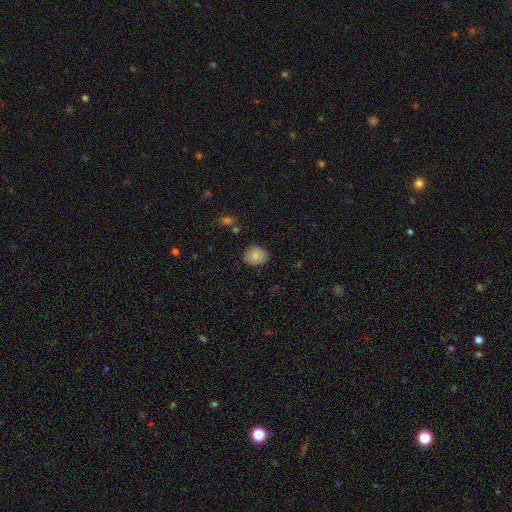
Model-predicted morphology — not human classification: Overall: smooth (81%). How rounded: round (60%; in between 39%). Merging: none (81%).